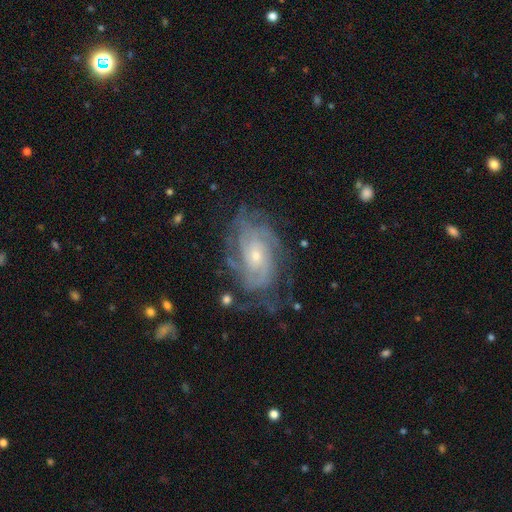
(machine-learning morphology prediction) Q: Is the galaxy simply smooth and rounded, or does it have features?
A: featured or disk — 87%.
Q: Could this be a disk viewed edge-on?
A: no — 96%.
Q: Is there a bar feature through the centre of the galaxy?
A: no — 68%.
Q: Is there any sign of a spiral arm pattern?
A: yes — 96%.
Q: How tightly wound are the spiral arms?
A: tight — 64%.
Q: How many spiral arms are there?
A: can't tell — 34%.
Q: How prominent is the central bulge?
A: small — 63%.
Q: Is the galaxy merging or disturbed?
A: none — 67%.